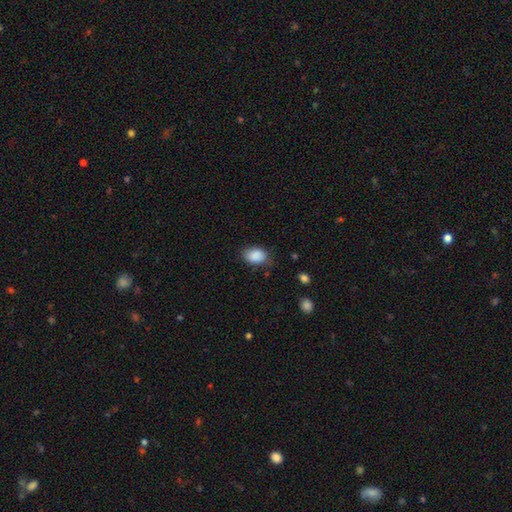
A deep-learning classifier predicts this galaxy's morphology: smooth_or_featured: smooth (p=0.88) [alt: star or artifact p=0.07]
how_rounded: in between (p=0.80) [alt: round p=0.19]
merging: none (p=0.71) [alt: minor disturbance p=0.22]